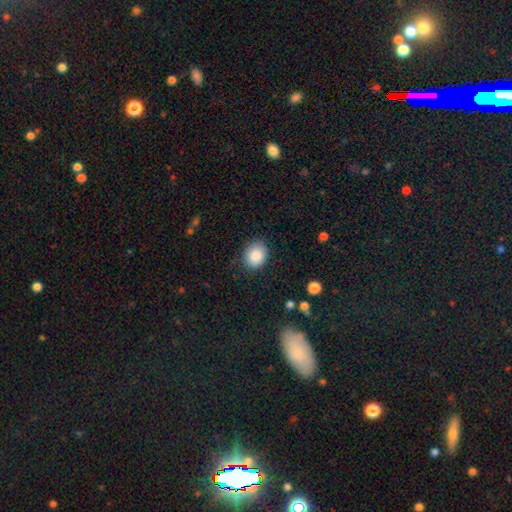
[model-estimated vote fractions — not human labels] A smooth galaxy with no disk features (87%) that is round (57%).

Vote fractions:
- Smooth or featured? smooth: 87% / star or artifact: 8% / featured or disk: 5%
- How rounded? round: 57% / in between: 42% / cigar-shaped: 1%
- Merging? none: 83% / minor disturbance: 13% / major disturbance: 3% / merger: 1%